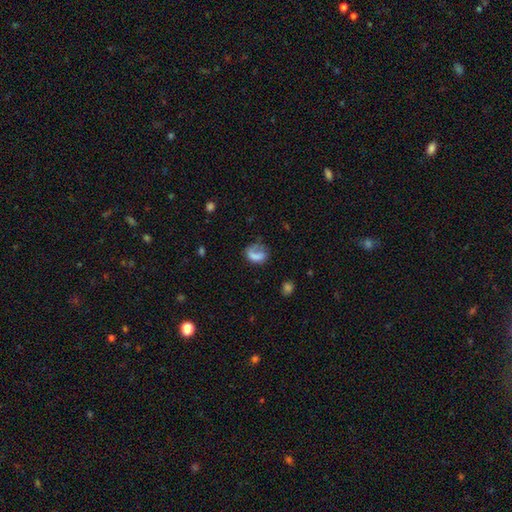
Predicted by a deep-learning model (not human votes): A smooth galaxy with no disk features (60%) that is in between round and cigar-shaped (68%).

Vote fractions:
- Smooth or featured? smooth: 60% / featured or disk: 30% / star or artifact: 10%
- How rounded? in between: 68% / round: 30% / cigar-shaped: 2%
- Merging? major disturbance: 38% / none: 35% / minor disturbance: 22% / merger: 5%